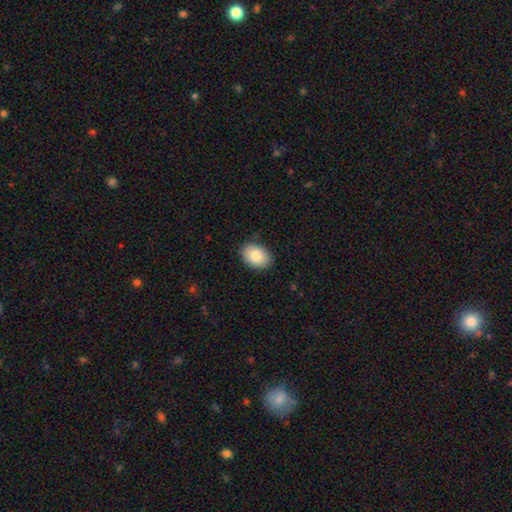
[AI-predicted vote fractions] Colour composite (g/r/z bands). It shows a smooth galaxy with no disk features (84%) that is in between round and cigar-shaped (80%). Merging: none (86%).